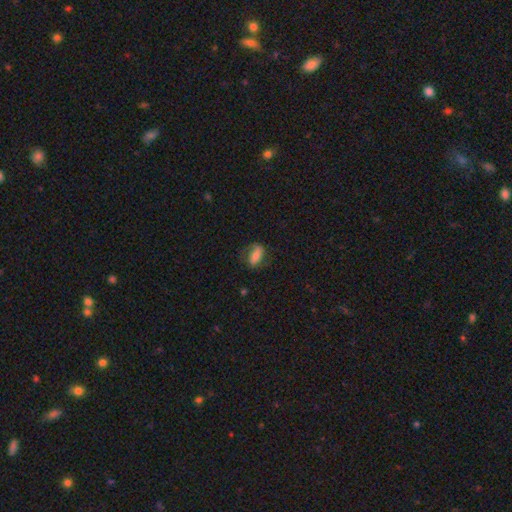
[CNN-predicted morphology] Smooth or featured? smooth (51%)
How rounded? in between (80%)
Merging? none (66%)